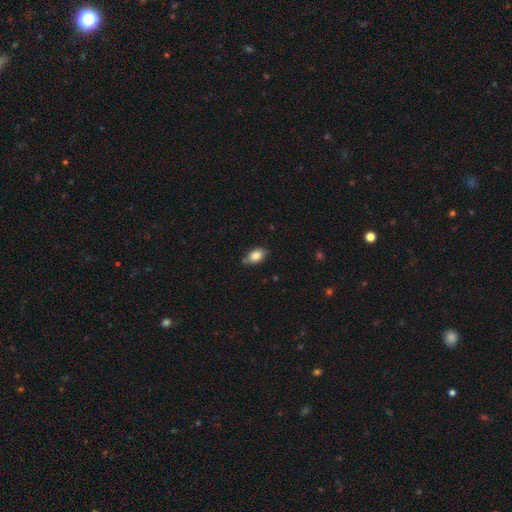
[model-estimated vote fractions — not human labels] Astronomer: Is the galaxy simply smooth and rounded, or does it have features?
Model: smooth — 85%.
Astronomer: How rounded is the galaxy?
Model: in between — 89%.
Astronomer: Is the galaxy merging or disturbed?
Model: none — 74%.